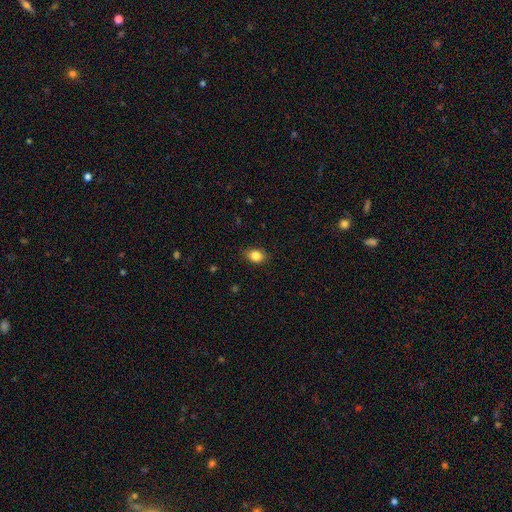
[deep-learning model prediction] Overall: smooth (84%). How rounded: in between (66%; round 33%). Merging: none (85%).